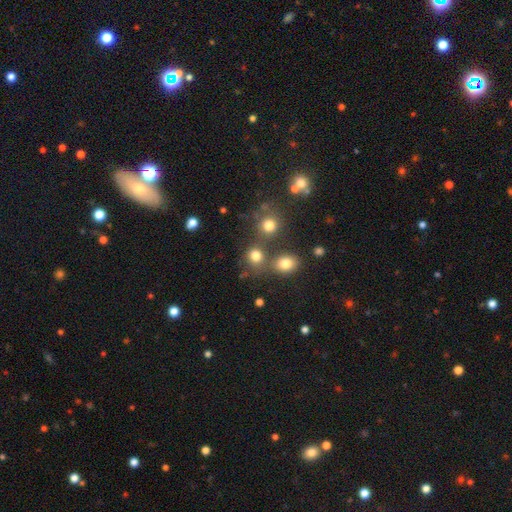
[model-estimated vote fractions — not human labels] This appears to be a smooth galaxy with no disk features (78%) that is round (79%). Merging: none (61%).